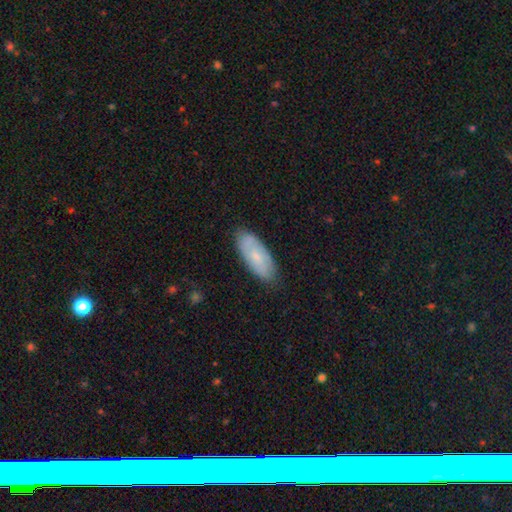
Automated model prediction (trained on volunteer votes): A smooth galaxy with no disk features (60%) that is in between round and cigar-shaped (80%).

Vote fractions:
- Smooth or featured? smooth: 60% / featured or disk: 33% / star or artifact: 7%
- How rounded? in between: 80% / cigar-shaped: 18% / round: 2%
- Merging? none: 83% / minor disturbance: 13% / major disturbance: 2% / merger: 1%